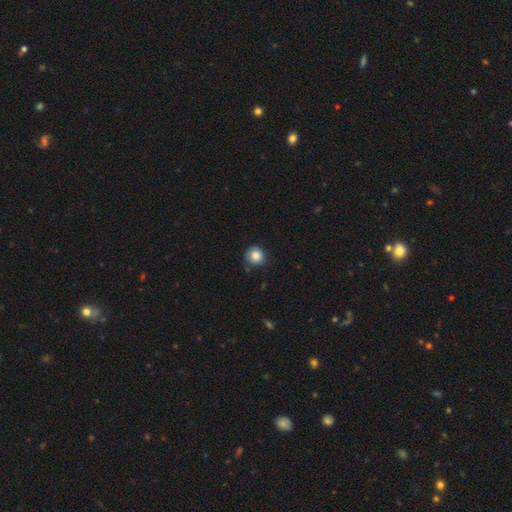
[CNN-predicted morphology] A smooth galaxy with no disk features (85%) that is round (91%). Merging: none (82%).